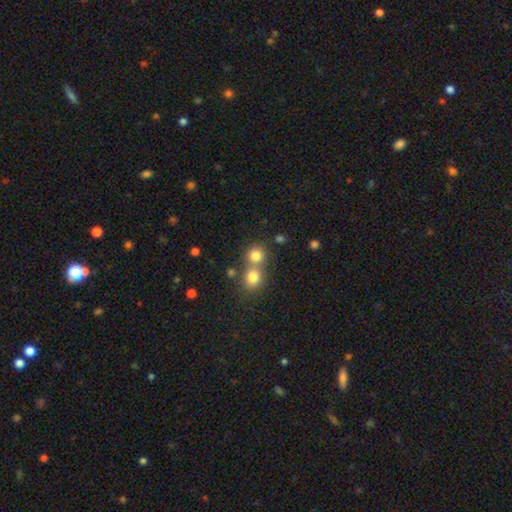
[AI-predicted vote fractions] Overall: smooth (79%). How rounded: round (84%). Merging: none (46%; merger 45%).